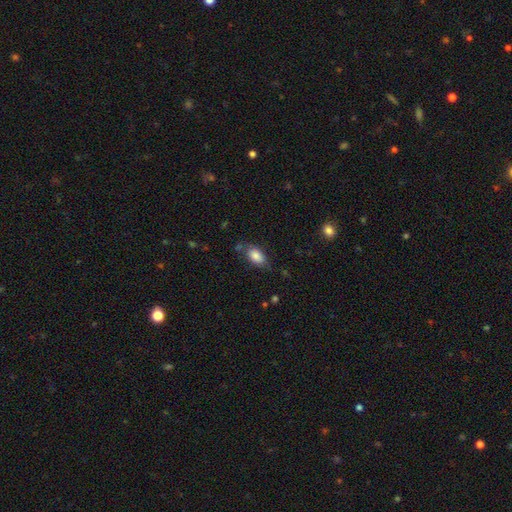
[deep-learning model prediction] Overall: smooth (82%). How rounded: in between (90%). Merging: none (64%; minor disturbance 24%).